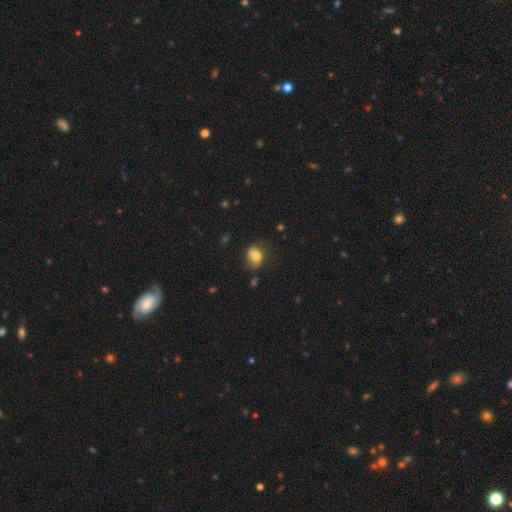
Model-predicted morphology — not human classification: Smooth or featured? Predicted: smooth (p=0.76). How rounded? Predicted: in between (p=0.53). Merging? Predicted: none (p=0.56).